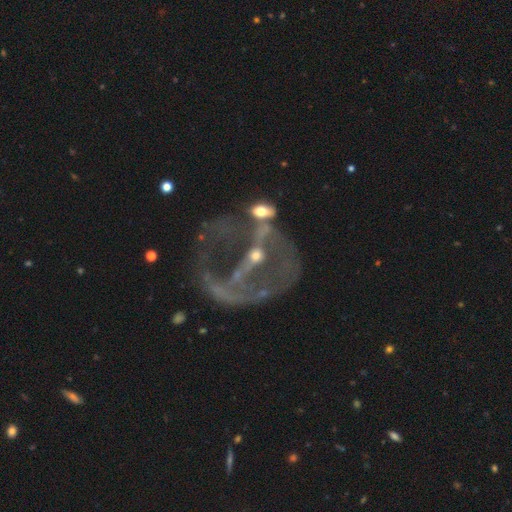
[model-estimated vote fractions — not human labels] Smooth or featured? featured or disk (78%)
Edge-on disk? no (93%)
Bar? no (45%)
Spiral arms? no (61%)
Bulge size? small (49%)
Merging? none (31%, tied with major disturbance)